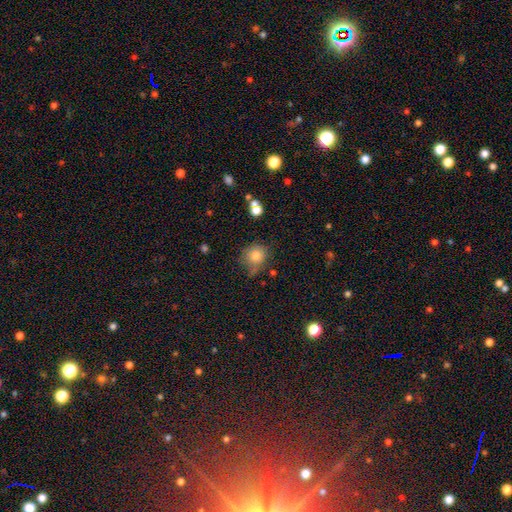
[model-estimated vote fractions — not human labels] Smooth or featured: smooth — 79% (star or artifact — 11%)
How rounded: round — 81% (in between — 18%)
Merging: none — 59% (minor disturbance — 27%)